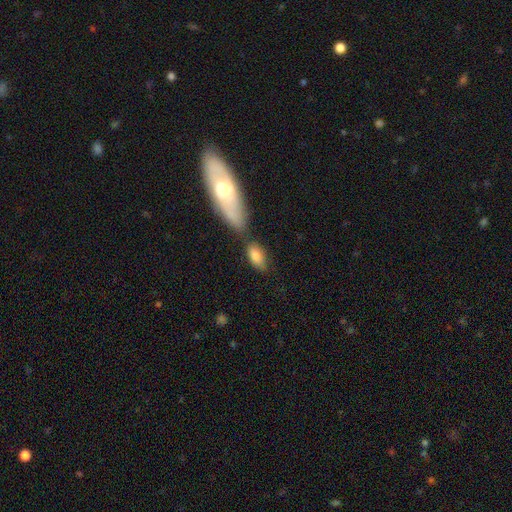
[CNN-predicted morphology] Smooth or featured: smooth — 80% (featured or disk — 13%)
How rounded: in between — 88% (cigar-shaped — 8%)
Merging: none — 56% (merger — 23%)